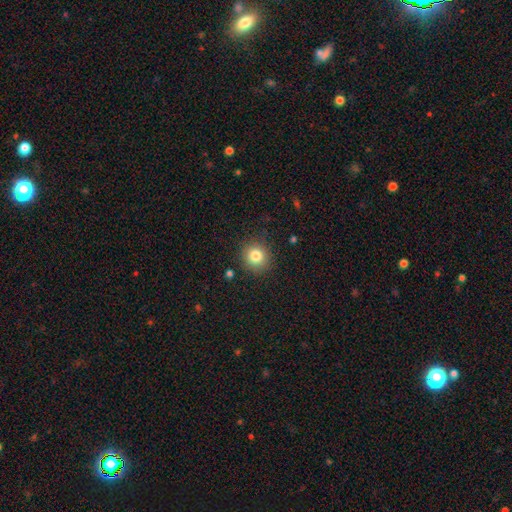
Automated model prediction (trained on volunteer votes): Smooth or featured? Predicted: smooth (p=0.82). How rounded? Predicted: round (p=0.90). Merging? Predicted: none (p=0.87).